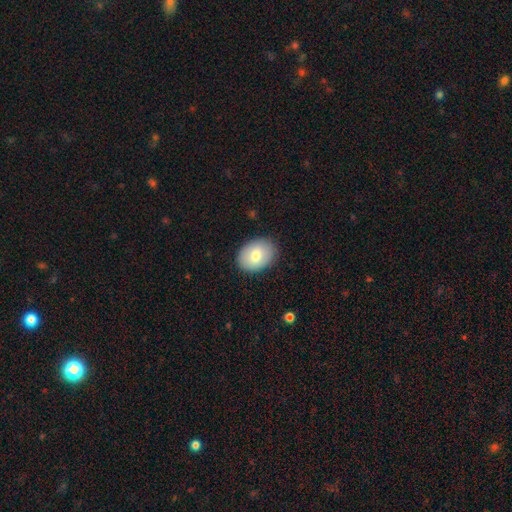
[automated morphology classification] Overall: smooth (78%). How rounded: in between (74%). Merging: none (87%).